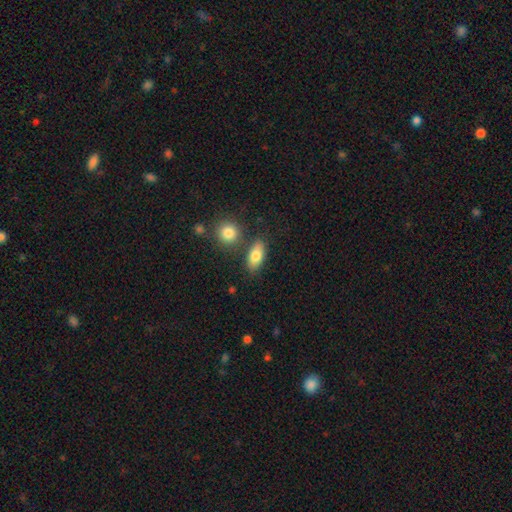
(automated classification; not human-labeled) smooth-or-featured: smooth: 80% | featured or disk: 12% | star or artifact: 7%
  how-rounded: in between: 85% | cigar-shaped: 8% | round: 7%
  merging: none: 74% | merger: 11% | minor disturbance: 11% | major disturbance: 3%